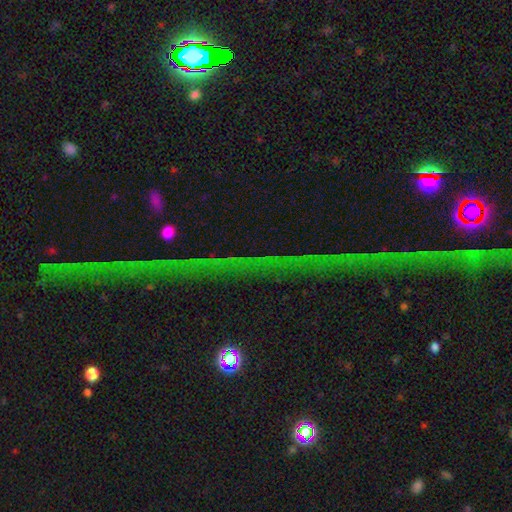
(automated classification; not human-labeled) Smooth or featured? Predicted: star or artifact (p=0.78).